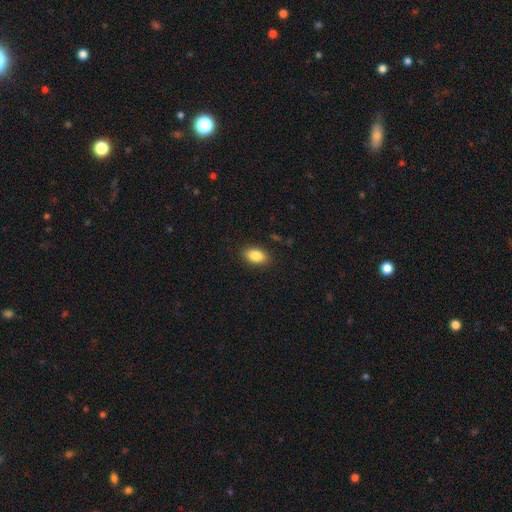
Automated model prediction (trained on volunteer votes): Morphology: type=smooth (87%); roundness=in between (89%); merging=none (88%).